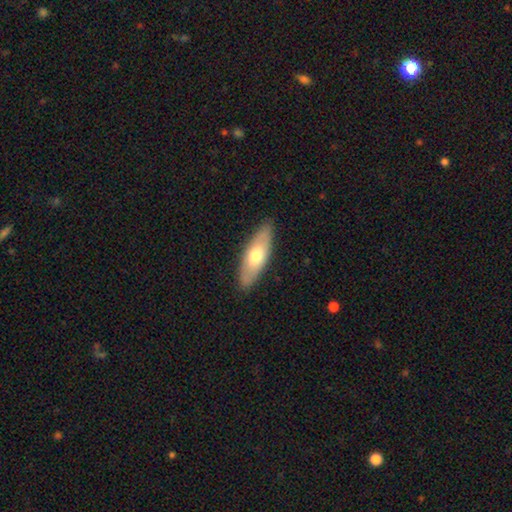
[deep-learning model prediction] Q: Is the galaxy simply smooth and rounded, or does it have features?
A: smooth — 62%.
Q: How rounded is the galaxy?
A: in between — 63%.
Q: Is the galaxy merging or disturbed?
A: none — 86%.